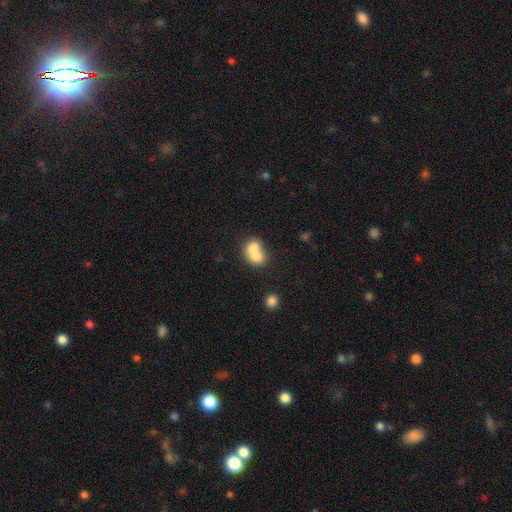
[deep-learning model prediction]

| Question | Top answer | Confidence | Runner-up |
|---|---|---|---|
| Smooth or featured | smooth | 72% | featured or disk (20%) |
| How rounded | round | 55% | in between (44%) |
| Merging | merger | 74% | none (18%) |